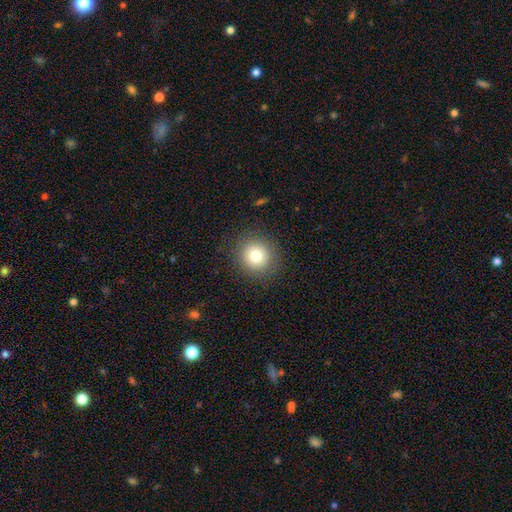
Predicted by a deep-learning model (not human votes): Morphology: type=smooth (78%); roundness=round (92%); merging=none (89%).